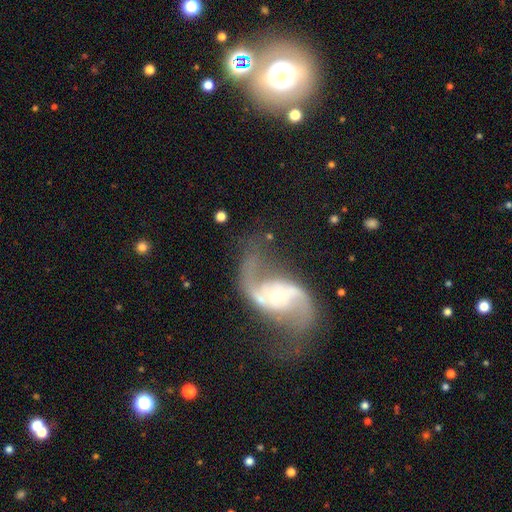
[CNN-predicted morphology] type=featured or disk (90%); edge-on=no (97%); bar=no (49%); spiral arms=yes (97%); winding=loose (64%); arm count=2 (93%); bulge=small (58%); merging=none (67%).